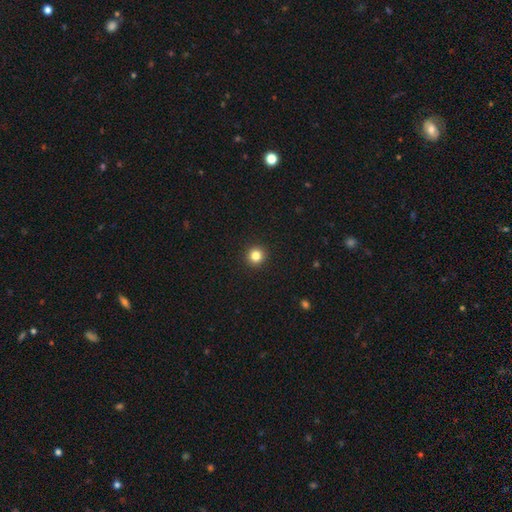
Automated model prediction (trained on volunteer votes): smooth 83%, star or artifact 12%, featured or disk 5%. Down the decision tree: how rounded — round (95%); merging — none (94%).